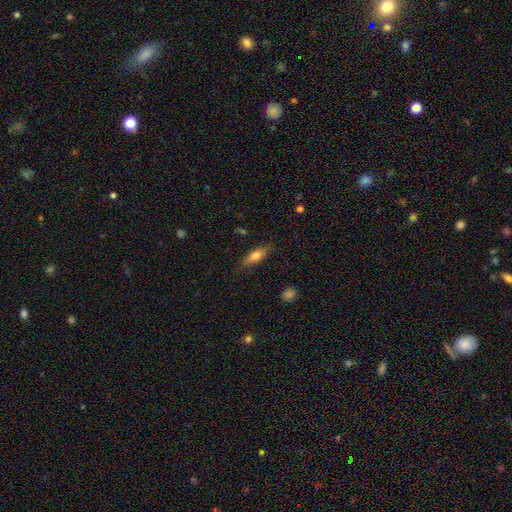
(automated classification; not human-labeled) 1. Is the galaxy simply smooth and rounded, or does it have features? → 68% smooth, 26% featured or disk, 7% star or artifact.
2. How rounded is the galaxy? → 56% in between, 41% cigar-shaped, 3% round.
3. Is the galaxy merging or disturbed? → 81% none, 14% minor disturbance, 3% major disturbance, 1% merger.